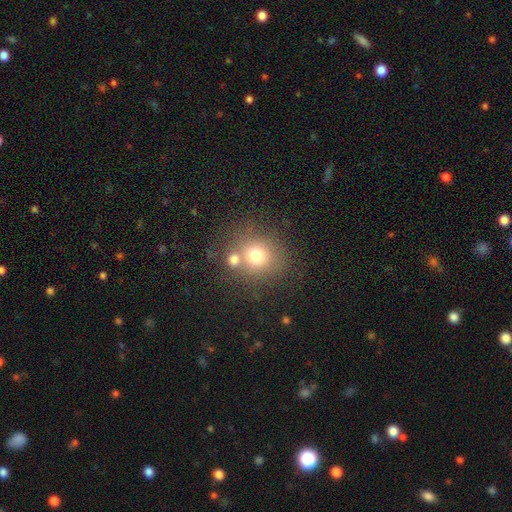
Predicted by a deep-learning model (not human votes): Smooth or featured? Predicted: smooth (p=0.72). How rounded? Predicted: round (p=0.84). Merging? Predicted: none (p=0.57).